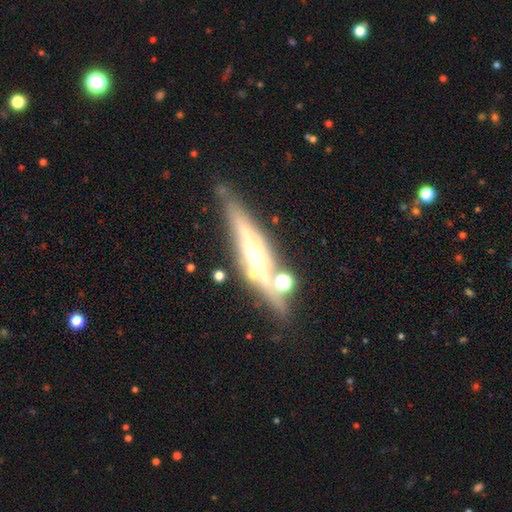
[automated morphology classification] featured or disk 74%, smooth 15%, star or artifact 10%. Down the decision tree: edge-on disk — yes (81%); edge-on bulge — rounded (77%); merging — none (67%).